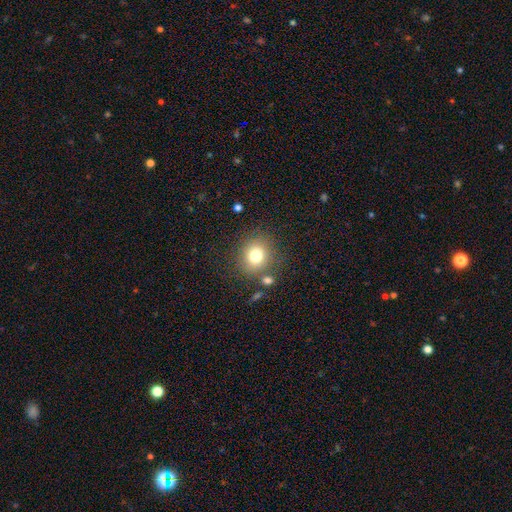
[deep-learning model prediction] This appears to be a smooth galaxy with no disk features (77%) that is round (79%). Merging: none (78%).